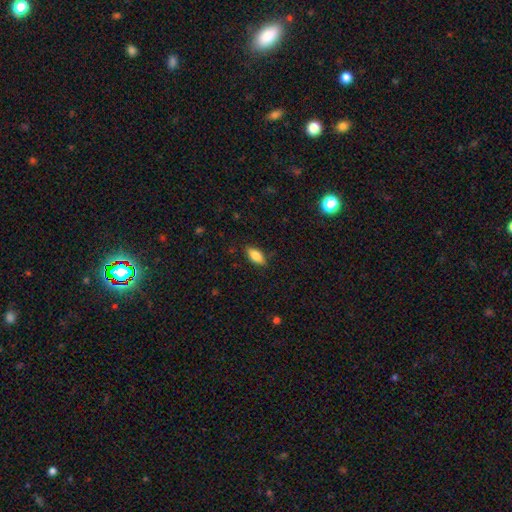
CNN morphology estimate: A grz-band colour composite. It shows a smooth galaxy with no disk features (83%) that is in between round and cigar-shaped (87%). Merging: none (86%).